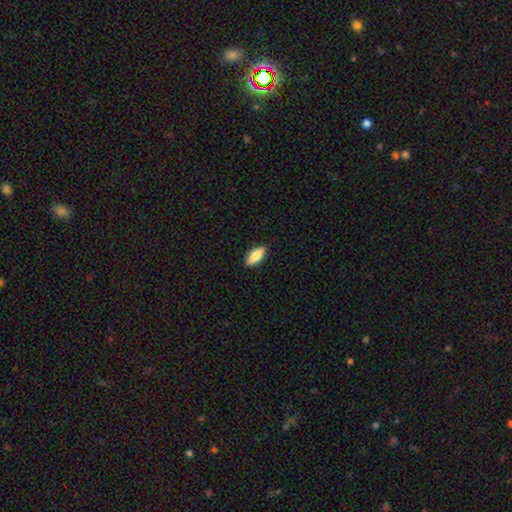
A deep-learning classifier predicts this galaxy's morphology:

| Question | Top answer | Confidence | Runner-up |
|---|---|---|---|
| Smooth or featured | smooth | 74% | featured or disk (20%) |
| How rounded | in between | 73% | cigar-shaped (25%) |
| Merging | none | 87% | minor disturbance (10%) |